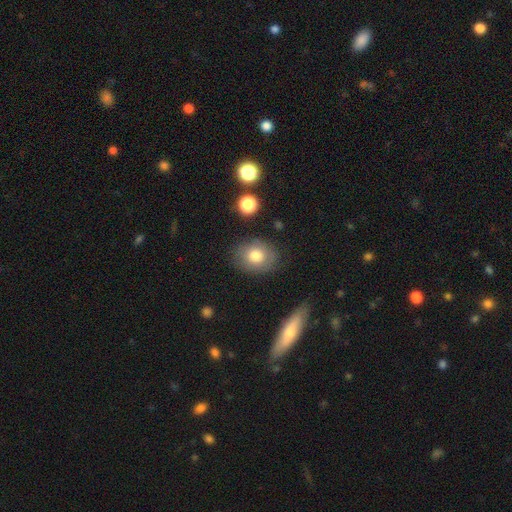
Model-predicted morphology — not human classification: A smooth galaxy with no disk features (78%) that is round (50%).

Vote fractions:
- Smooth or featured? smooth: 78% / featured or disk: 13% / star or artifact: 9%
- How rounded? round: 50% / in between: 49% / cigar-shaped: 1%
- Merging? none: 79% / minor disturbance: 14% / major disturbance: 4% / merger: 2%